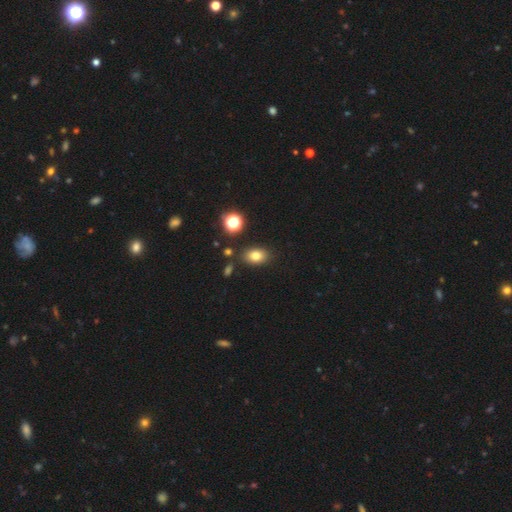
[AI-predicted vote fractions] Smooth or featured: smooth — 78% (star or artifact — 13%)
How rounded: in between — 76% (round — 23%)
Merging: none — 82% (minor disturbance — 10%)